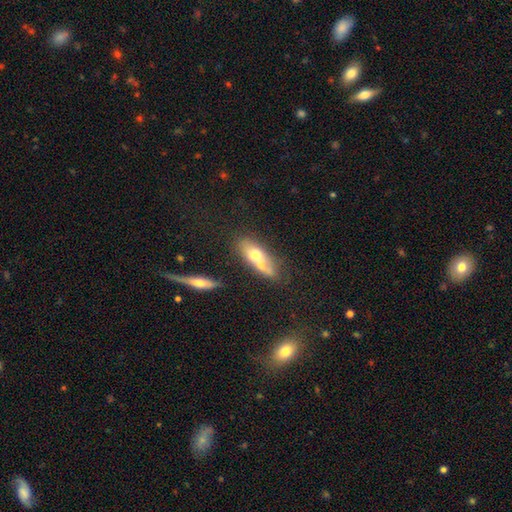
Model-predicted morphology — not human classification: Smooth or featured? smooth (51%)
How rounded? in between (62%)
Merging? merger (45%)